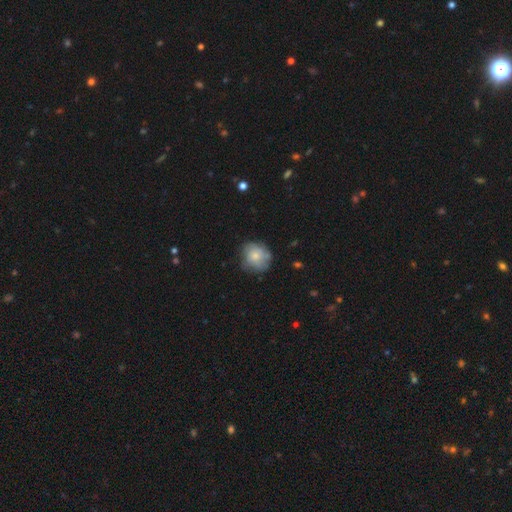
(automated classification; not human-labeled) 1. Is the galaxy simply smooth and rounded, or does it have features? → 66% smooth, 26% featured or disk, 8% star or artifact.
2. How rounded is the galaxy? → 77% round, 22% in between, 1% cigar-shaped.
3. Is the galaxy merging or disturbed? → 65% none, 25% minor disturbance, 8% major disturbance, 2% merger.